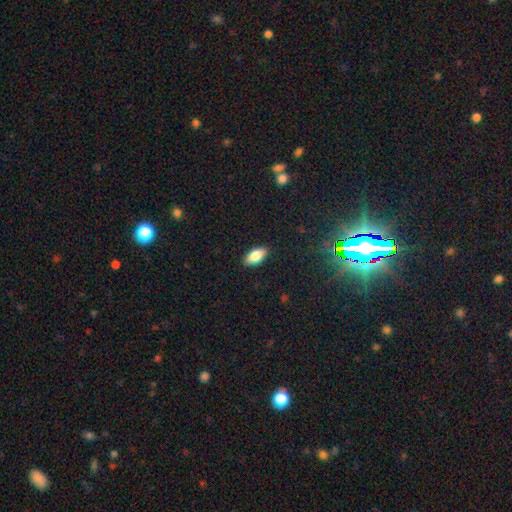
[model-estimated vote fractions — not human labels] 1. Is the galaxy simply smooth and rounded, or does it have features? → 84% smooth, 9% featured or disk, 7% star or artifact.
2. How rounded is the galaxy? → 90% in between, 7% cigar-shaped, 3% round.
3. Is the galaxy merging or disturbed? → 89% none, 9% minor disturbance, 2% major disturbance, 1% merger.